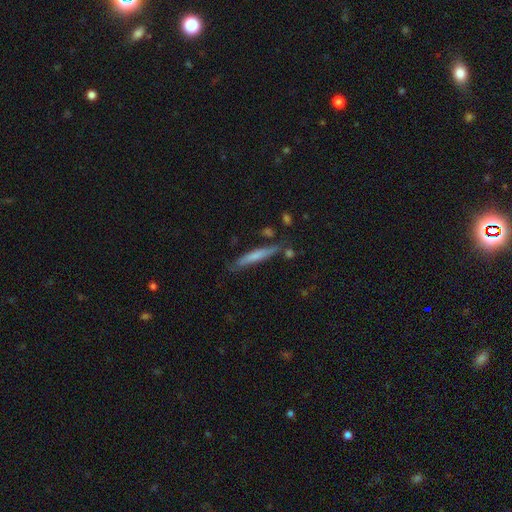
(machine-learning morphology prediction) Overall: smooth (60%; featured or disk 33%). How rounded: cigar-shaped (94%). Merging: none (78%).